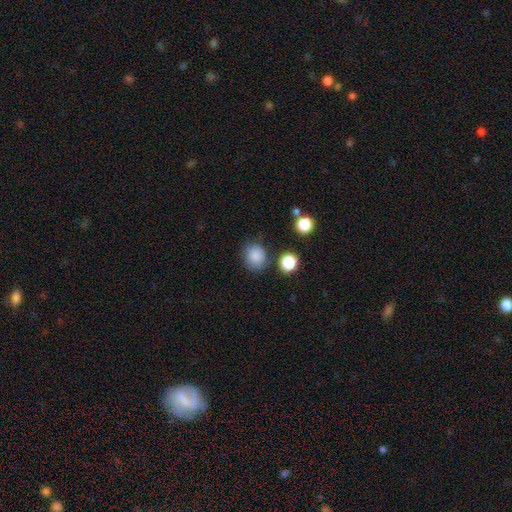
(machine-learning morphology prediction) The model was most divided on "how rounded": round: 75%, in between: 24%, cigar-shaped: 1%. More confident: smooth or featured — smooth (86%); merging — none (77%).